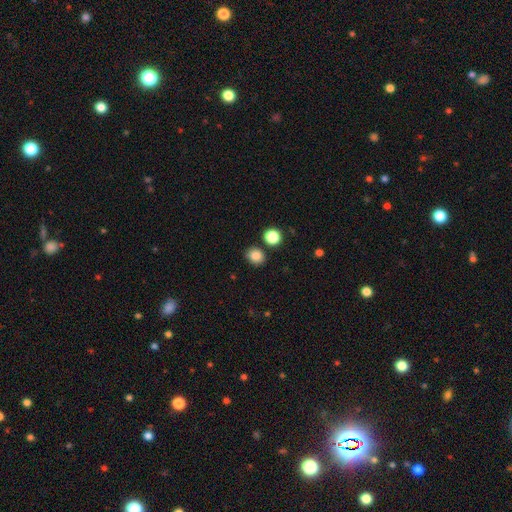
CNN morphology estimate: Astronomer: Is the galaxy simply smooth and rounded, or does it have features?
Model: smooth — 84%.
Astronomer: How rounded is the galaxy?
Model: round — 69%.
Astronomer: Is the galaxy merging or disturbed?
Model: none — 82%.